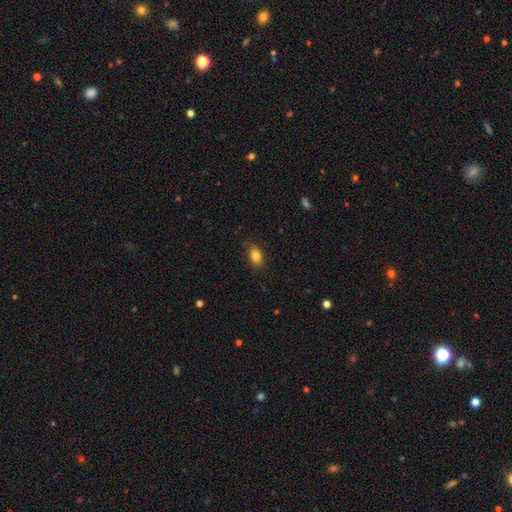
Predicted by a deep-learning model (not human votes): smooth_or_featured: smooth (p=0.84) [alt: star or artifact p=0.09]
how_rounded: in between (p=0.83) [alt: round p=0.15]
merging: none (p=0.84) [alt: minor disturbance p=0.13]